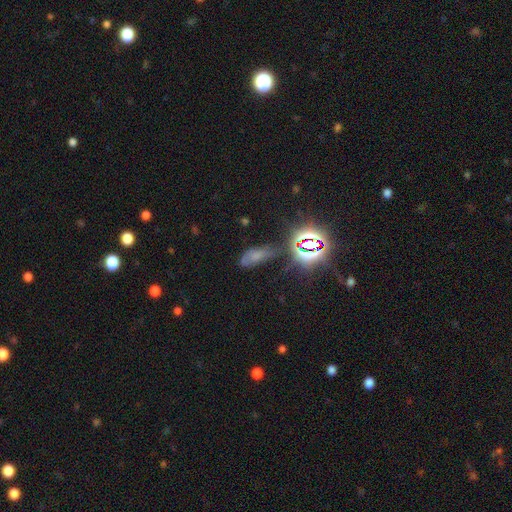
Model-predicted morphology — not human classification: smooth 42%, star or artifact 39%, featured or disk 20%. Down the decision tree: merging — none (48%).